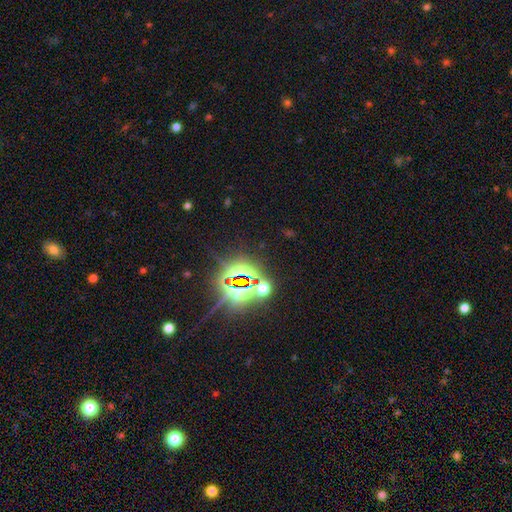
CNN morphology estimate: star or artifact 83%, smooth 9%, featured or disk 8%.